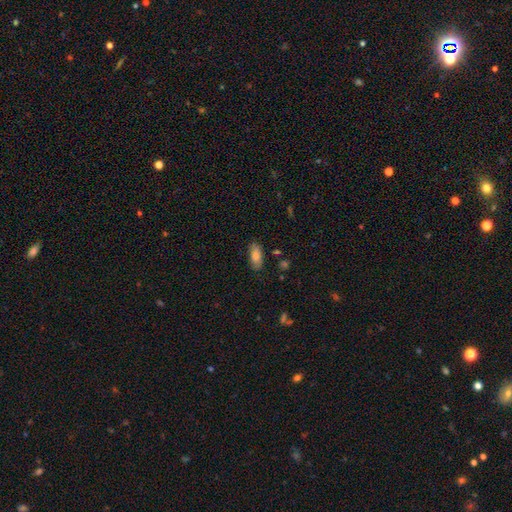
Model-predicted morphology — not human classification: The model was most divided on "smooth or featured": smooth: 78%, featured or disk: 15%, star or artifact: 7%. More confident: how rounded — in between (87%); merging — none (82%).